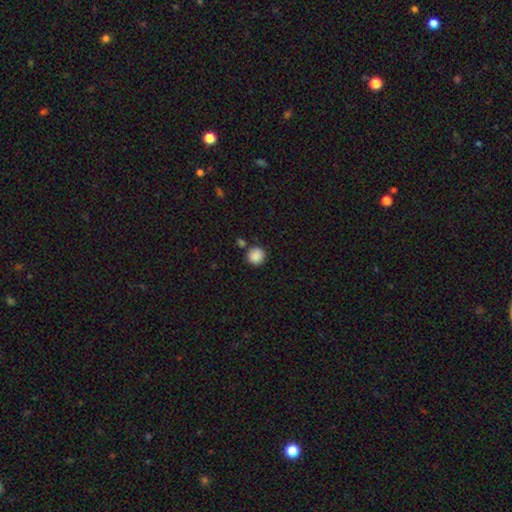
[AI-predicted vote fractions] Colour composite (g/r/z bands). It shows a smooth galaxy with no disk features (88%) that is round (94%). Merging: none (81%).